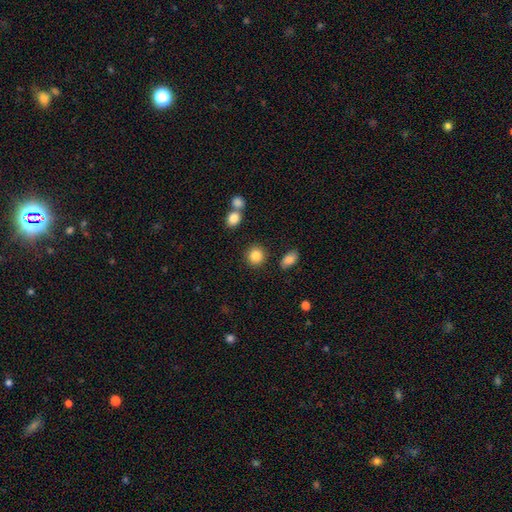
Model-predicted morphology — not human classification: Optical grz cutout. It shows a smooth galaxy with no disk features (85%) that is round (89%). Merging: none (87%).